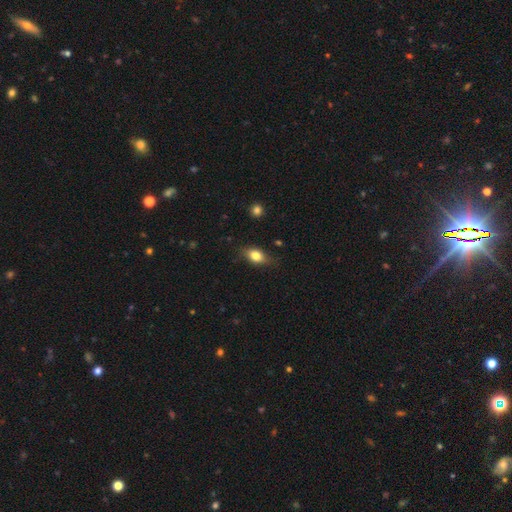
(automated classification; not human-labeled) Smooth or featured: smooth — 79% (featured or disk — 12%)
How rounded: in between — 81% (round — 13%)
Merging: none — 76% (minor disturbance — 19%)